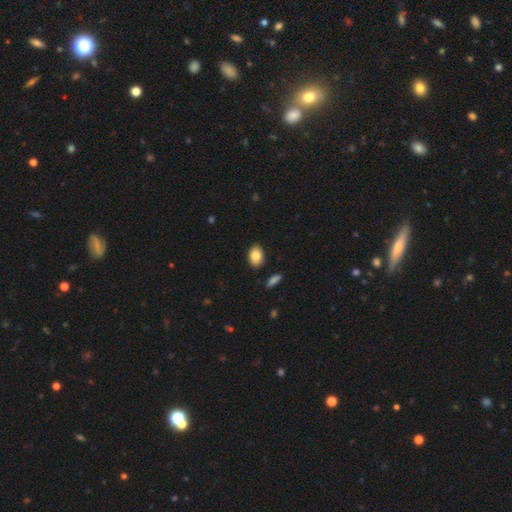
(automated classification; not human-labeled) Smooth or featured? smooth (85%)
How rounded? in between (81%)
Merging? none (87%)